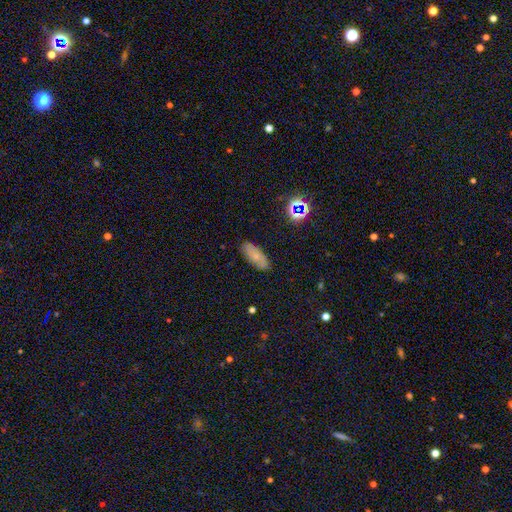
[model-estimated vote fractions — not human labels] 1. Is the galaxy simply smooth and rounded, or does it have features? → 65% smooth, 24% featured or disk, 11% star or artifact.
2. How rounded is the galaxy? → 79% in between, 18% cigar-shaped, 4% round.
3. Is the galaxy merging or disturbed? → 82% none, 14% minor disturbance, 3% major disturbance, 2% merger.